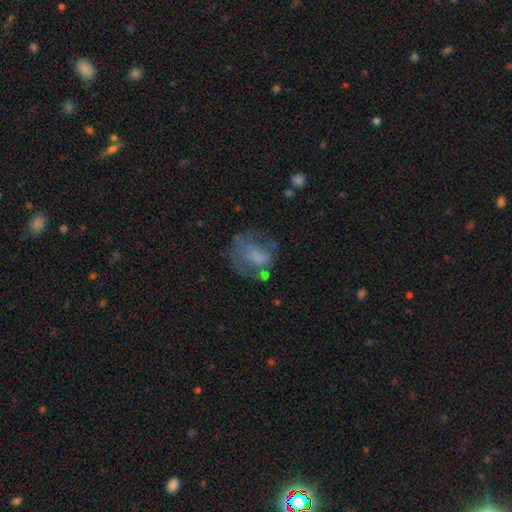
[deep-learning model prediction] smooth 46%, featured or disk 43%, star or artifact 12%. Down the decision tree: merging — none (41%).